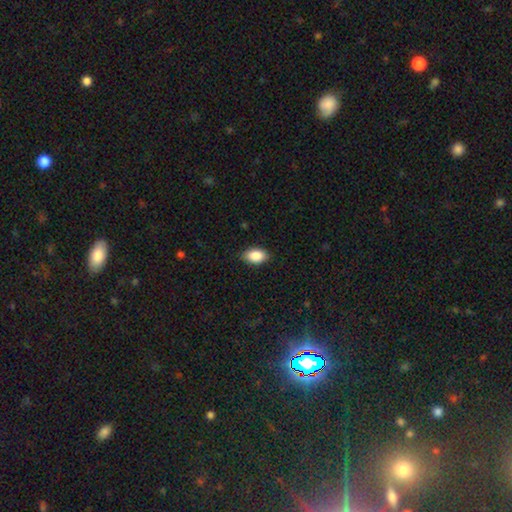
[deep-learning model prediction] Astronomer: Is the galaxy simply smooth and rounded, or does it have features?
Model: smooth — 89%.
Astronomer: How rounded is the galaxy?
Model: in between — 92%.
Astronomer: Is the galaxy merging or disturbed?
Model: none — 87%.